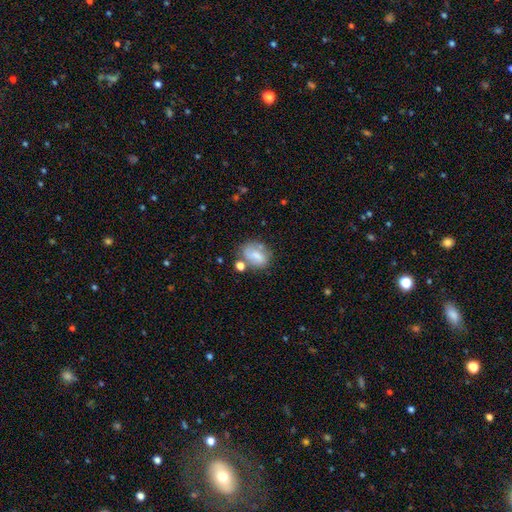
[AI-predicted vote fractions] A smooth galaxy with no disk features (63%) that is in between round and cigar-shaped (68%). Merging: none (51%).